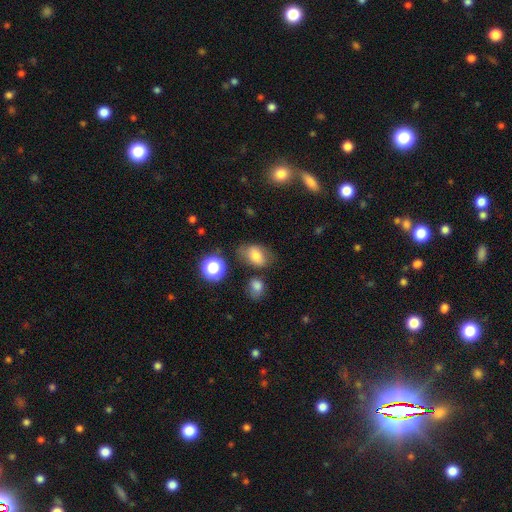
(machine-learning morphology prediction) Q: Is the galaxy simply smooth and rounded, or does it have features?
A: smooth — 74%.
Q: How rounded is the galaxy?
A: in between — 81%.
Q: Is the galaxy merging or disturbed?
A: none — 66%.